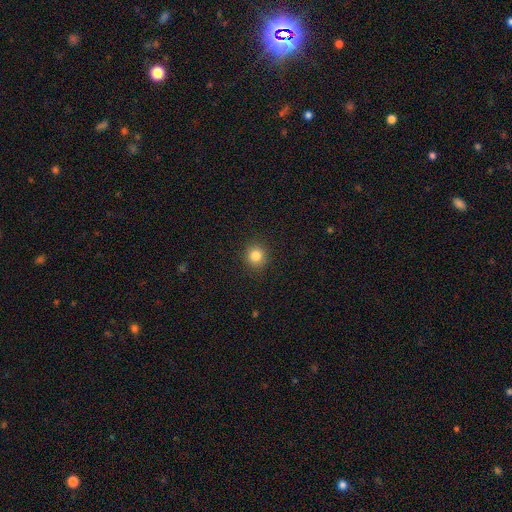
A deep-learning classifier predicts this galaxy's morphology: Smooth or featured?
  - smooth: 83% *
  - star or artifact: 12%
  - featured or disk: 5%
How rounded?
  - round: 90% *
  - in between: 9%
  - cigar-shaped: 1%
Merging?
  - none: 91% *
  - minor disturbance: 6%
  - major disturbance: 2%
  - merger: 1%